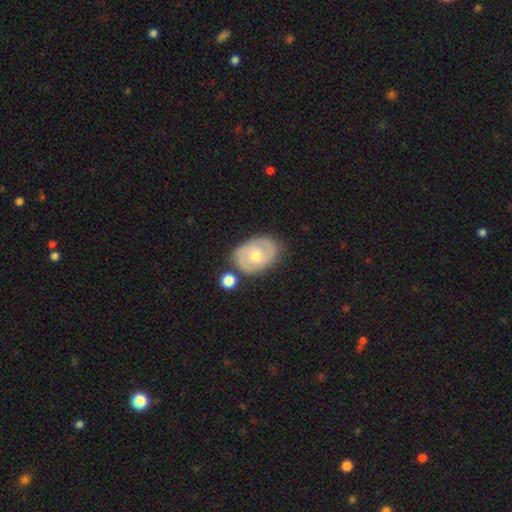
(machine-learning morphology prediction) A featured or disk galaxy (62%) with no bar (70%), spiral arms (71%) and a moderate central bulge (65%).

Vote fractions:
- Smooth or featured? featured or disk: 62% / smooth: 31% / star or artifact: 7%
- Edge-on disk? no: 96% / yes: 4%
- Bar? no: 70% / weak: 25% / strong: 5%
- Spiral arms? yes: 71% / no: 29%
- Bulge size? moderate: 65% / small: 30% / large: 3% / none: 1% / dominant: 1%
- Merging? none: 72% / minor disturbance: 16% / merger: 7% / major disturbance: 4%